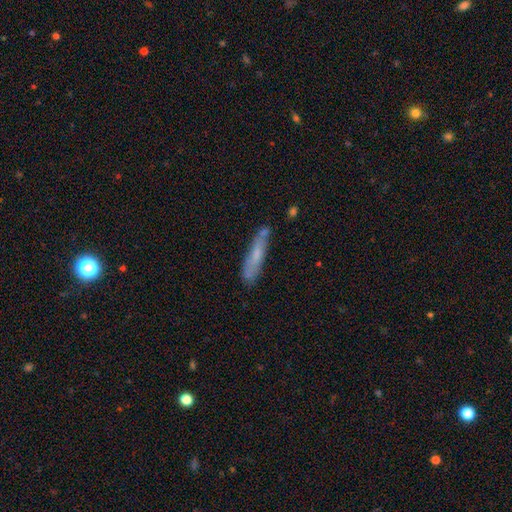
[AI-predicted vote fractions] Smooth or featured? smooth (56%)
How rounded? cigar-shaped (88%)
Merging? none (67%)